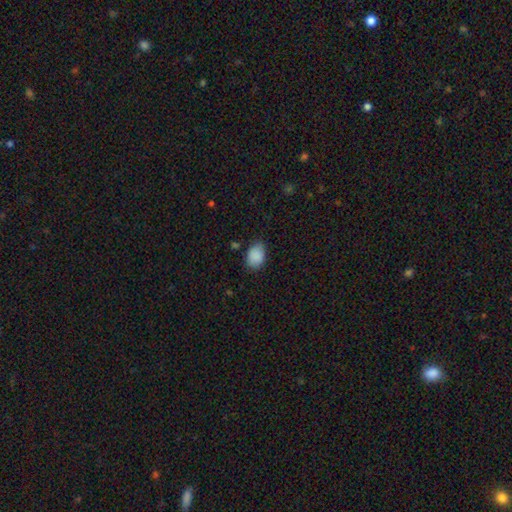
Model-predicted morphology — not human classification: type=smooth (88%); roundness=in between (71%); merging=none (74%).